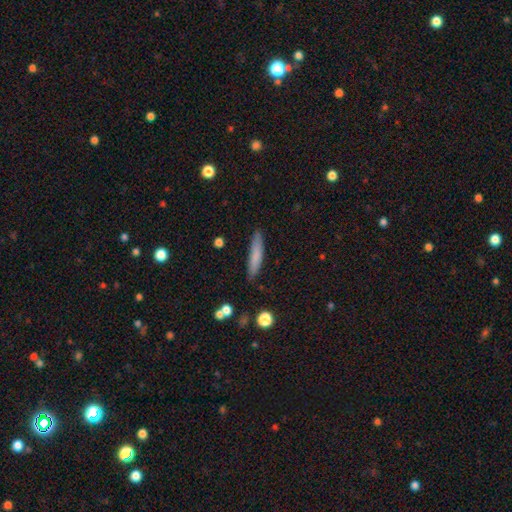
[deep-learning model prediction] A smooth galaxy with no disk features (77%) that is cigar-shaped (88%). Merging: none (84%).